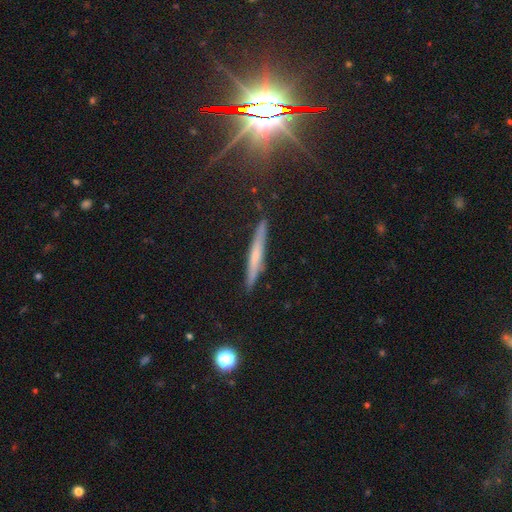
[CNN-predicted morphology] featured or disk 46%, smooth 44%, star or artifact 10%. Down the decision tree: merging — none (88%).